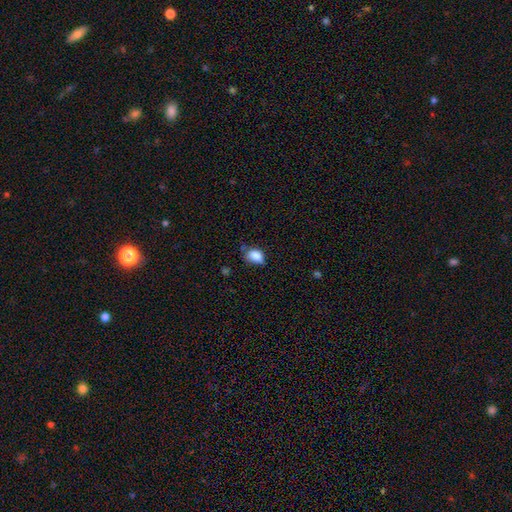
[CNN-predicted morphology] smooth-or-featured: smooth: 86% | star or artifact: 9% | featured or disk: 5%
  how-rounded: in between: 75% | round: 24% | cigar-shaped: 1%
  merging: none: 51% | minor disturbance: 37% | major disturbance: 8% | merger: 4%